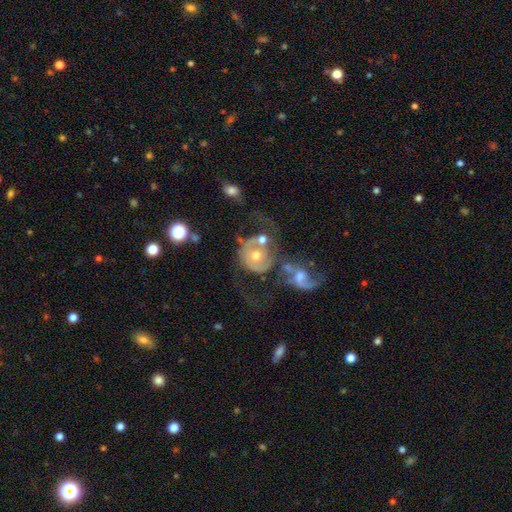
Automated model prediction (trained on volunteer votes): A featured or disk galaxy (61%) with no bar (78%), spiral arms (54%) and a moderate central bulge (66%).

Vote fractions:
- Smooth or featured? featured or disk: 61% / smooth: 30% / star or artifact: 9%
- Edge-on disk? no: 97% / yes: 3%
- Bar? no: 78% / weak: 17% / strong: 5%
- Spiral arms? yes: 54% / no: 46%
- Bulge size? moderate: 66% / small: 23% / large: 6% / none: 3% / dominant: 2%
- Merging? merger: 44% / none: 22% / major disturbance: 21% / minor disturbance: 12%